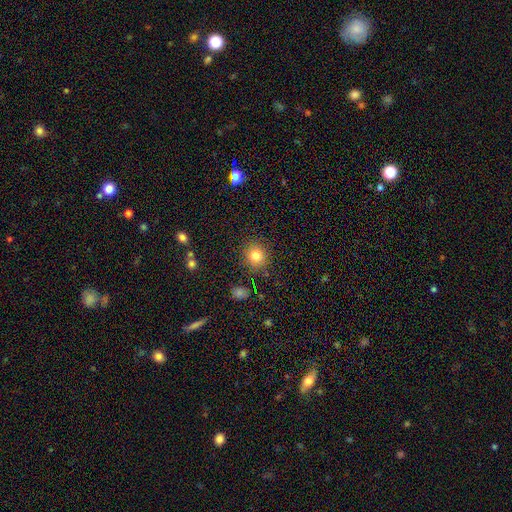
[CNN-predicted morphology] This is clearly a smooth galaxy (81%). How rounded: clearly round (88%). Merging: clearly none (88%).